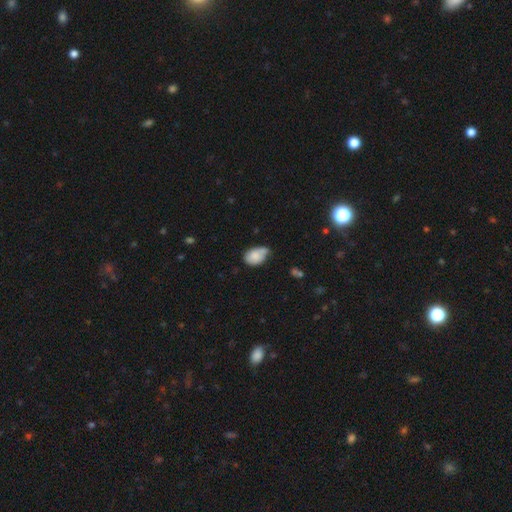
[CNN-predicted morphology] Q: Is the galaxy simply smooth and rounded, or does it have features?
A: smooth — 77%.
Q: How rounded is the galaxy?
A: in between — 83%.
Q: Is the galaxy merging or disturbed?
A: minor disturbance — 41%.